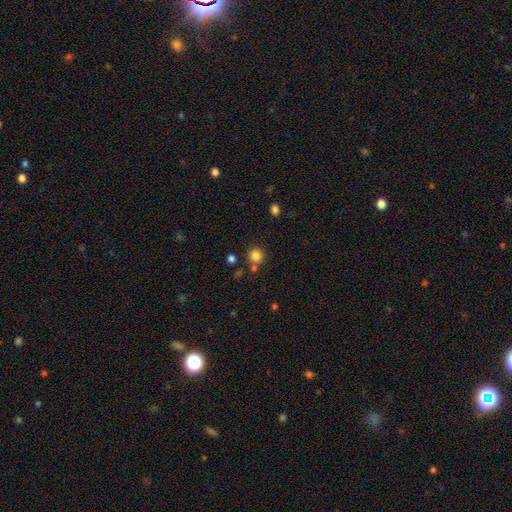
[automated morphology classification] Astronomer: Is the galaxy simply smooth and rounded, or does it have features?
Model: smooth — 83%.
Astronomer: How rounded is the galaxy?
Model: round — 93%.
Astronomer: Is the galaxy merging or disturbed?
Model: none — 77%.